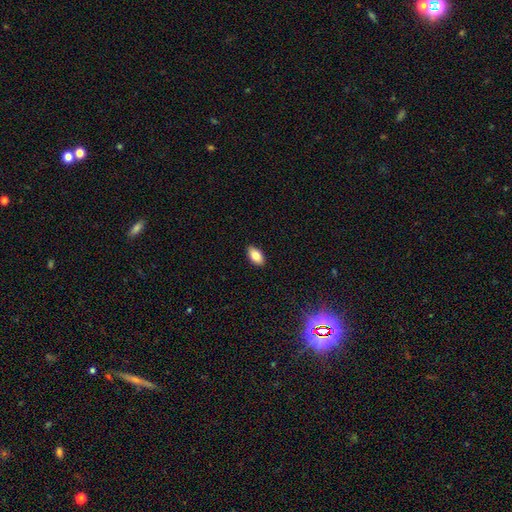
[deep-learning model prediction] smooth-or-featured: smooth: 83% | featured or disk: 9% | star or artifact: 8%
  how-rounded: in between: 94% | round: 4% | cigar-shaped: 3%
  merging: none: 90% | minor disturbance: 7% | major disturbance: 2% | merger: 1%